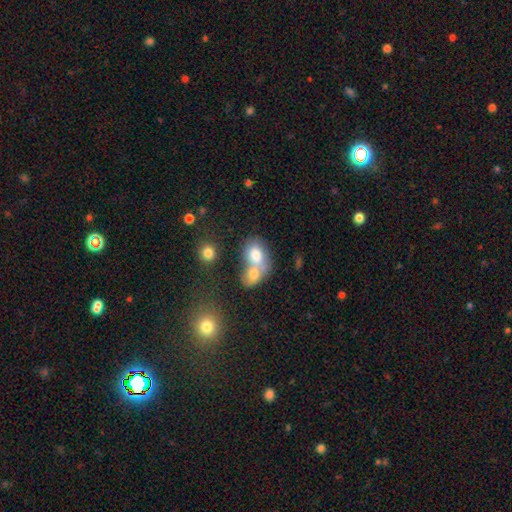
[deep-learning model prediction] smooth-or-featured: smooth: 75% | featured or disk: 15% | star or artifact: 9%
  how-rounded: in between: 65% | round: 34% | cigar-shaped: 1%
  merging: merger: 64% | none: 24% | minor disturbance: 8% | major disturbance: 4%